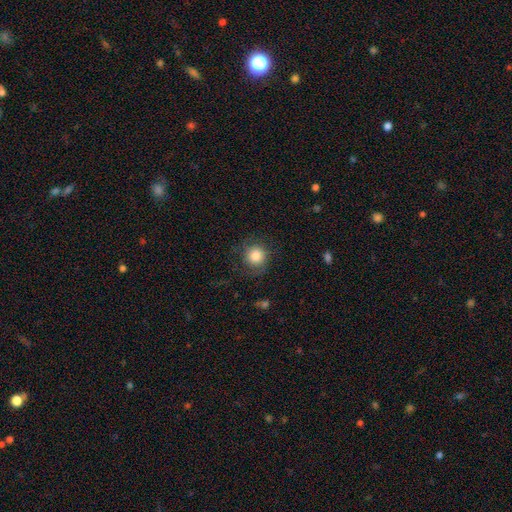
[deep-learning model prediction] Smooth or featured? smooth (74%)
How rounded? round (90%)
Merging? none (69%)